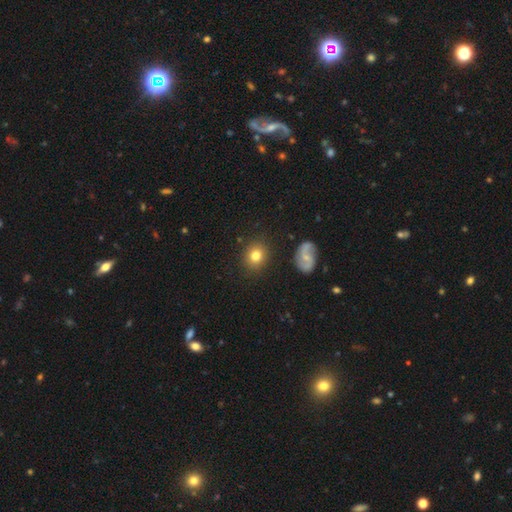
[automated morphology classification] Smooth or featured? smooth (77%)
How rounded? round (75%)
Merging? none (87%)